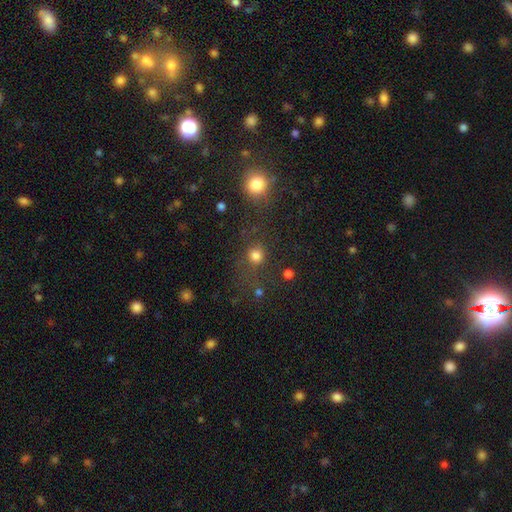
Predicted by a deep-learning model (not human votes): Smooth or featured?
  - smooth: 77% *
  - star or artifact: 17%
  - featured or disk: 6%
How rounded?
  - round: 86% *
  - in between: 12%
  - cigar-shaped: 1%
Merging?
  - none: 66% *
  - merger: 12%
  - minor disturbance: 12%
  - major disturbance: 10%